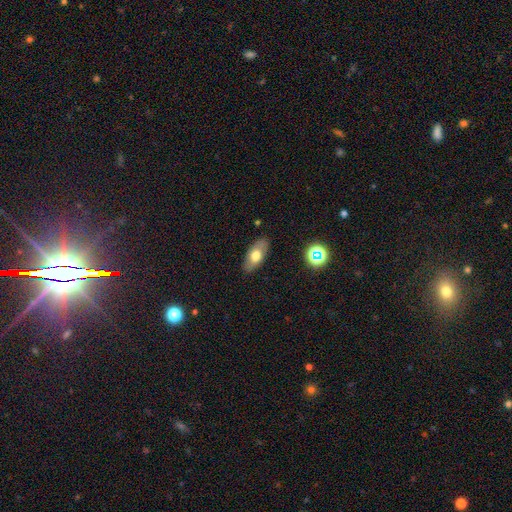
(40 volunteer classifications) A smooth galaxy with no disk features (62%) that is in between round and cigar-shaped (92%). Merging: none (86%).